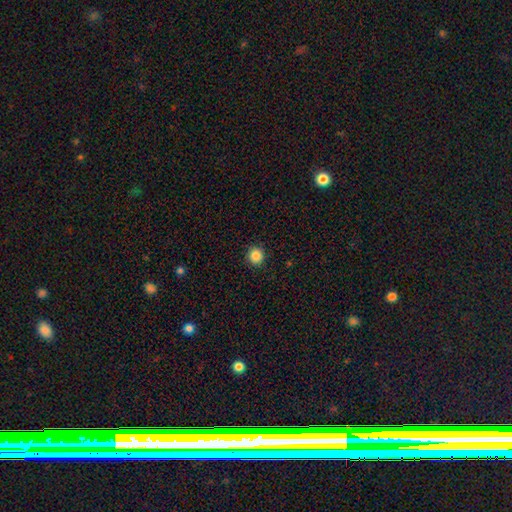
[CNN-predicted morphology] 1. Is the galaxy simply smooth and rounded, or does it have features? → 87% smooth, 10% star or artifact, 3% featured or disk.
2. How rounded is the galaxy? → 92% round, 7% in between, 1% cigar-shaped.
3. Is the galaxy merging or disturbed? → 92% none, 5% minor disturbance, 2% major disturbance, 1% merger.